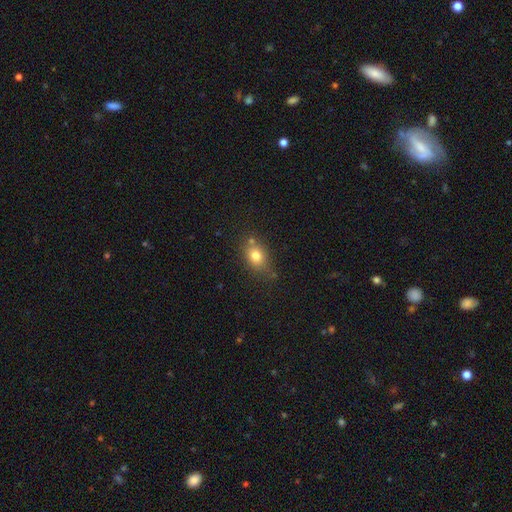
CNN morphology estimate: Smooth or featured?
  - smooth: 78% *
  - star or artifact: 11%
  - featured or disk: 11%
How rounded?
  - in between: 62% *
  - round: 37%
  - cigar-shaped: 2%
Merging?
  - none: 68% *
  - minor disturbance: 17%
  - merger: 11%
  - major disturbance: 4%